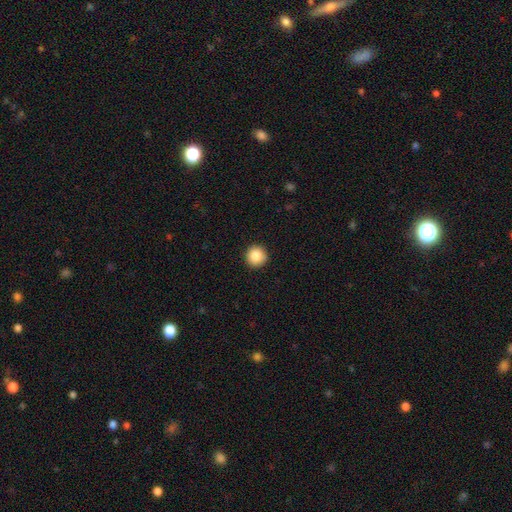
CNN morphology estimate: smooth 85%, star or artifact 9%, featured or disk 6%. Down the decision tree: how rounded — round (96%); merging — none (92%).